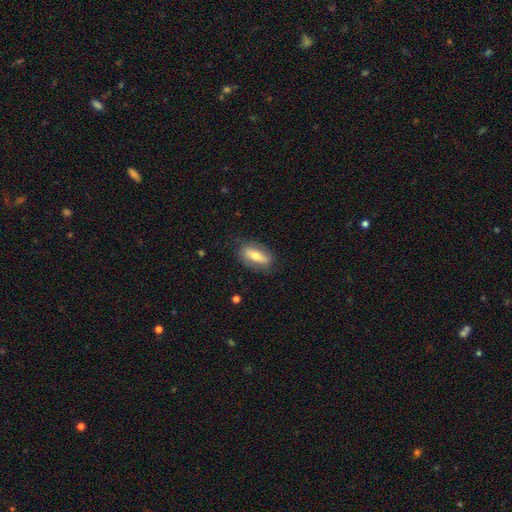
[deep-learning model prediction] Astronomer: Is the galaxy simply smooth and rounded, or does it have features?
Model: smooth — 55% (runner-up: featured or disk, 39%).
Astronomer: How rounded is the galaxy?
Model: in between — 79%.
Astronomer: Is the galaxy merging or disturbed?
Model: none — 77%.